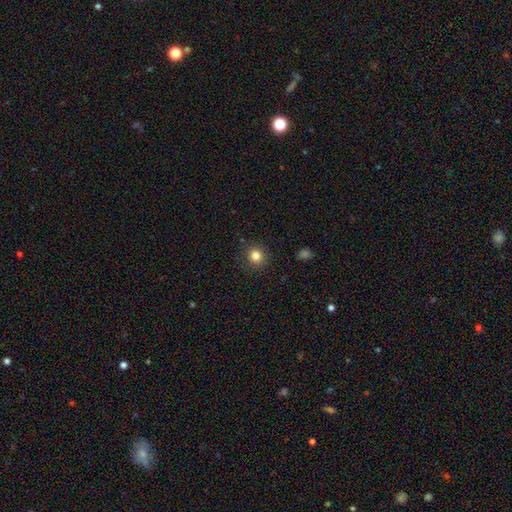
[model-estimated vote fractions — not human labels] Smooth or featured? Predicted: smooth (p=0.83). How rounded? Predicted: round (p=0.92). Merging? Predicted: none (p=0.90).